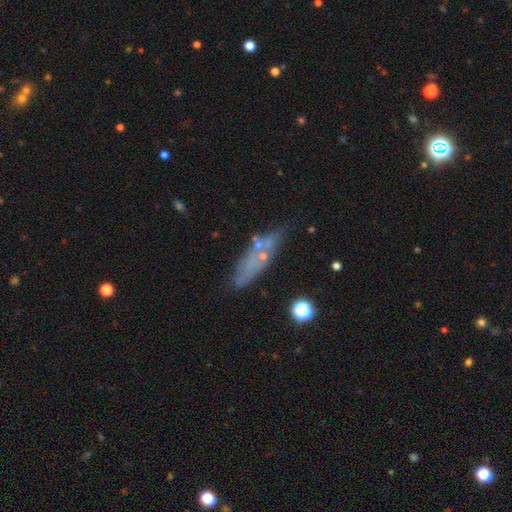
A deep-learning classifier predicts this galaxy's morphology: Q: Smooth or featured?
A: smooth (44%); runner-up: featured or disk (40%)
Q: Merging?
A: none (64%); runner-up: minor disturbance (20%)